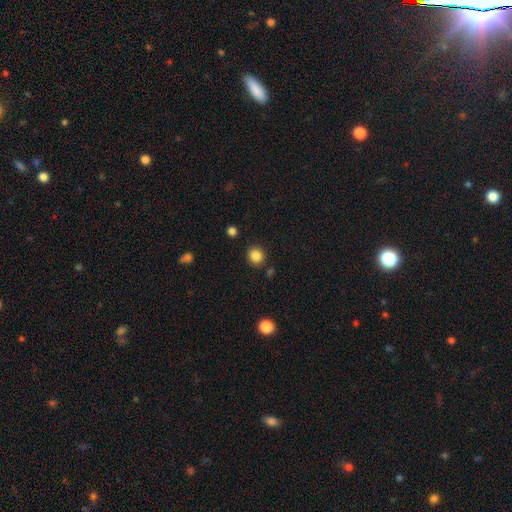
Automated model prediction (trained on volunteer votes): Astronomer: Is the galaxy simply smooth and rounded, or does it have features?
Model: smooth — 86%.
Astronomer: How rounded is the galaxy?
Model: round — 87%.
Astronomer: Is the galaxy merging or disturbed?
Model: none — 88%.